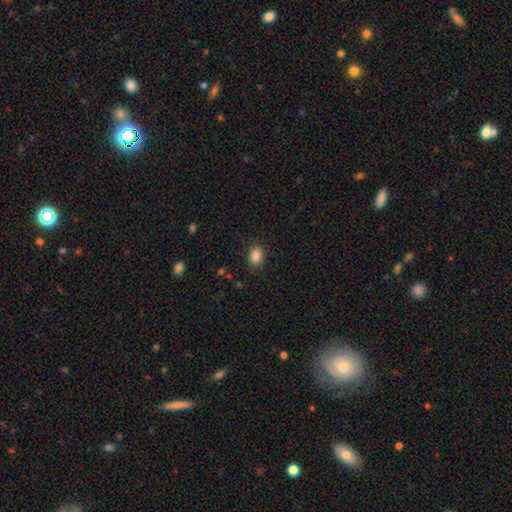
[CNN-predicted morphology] type=smooth (86%); roundness=in between (68%); merging=none (85%).